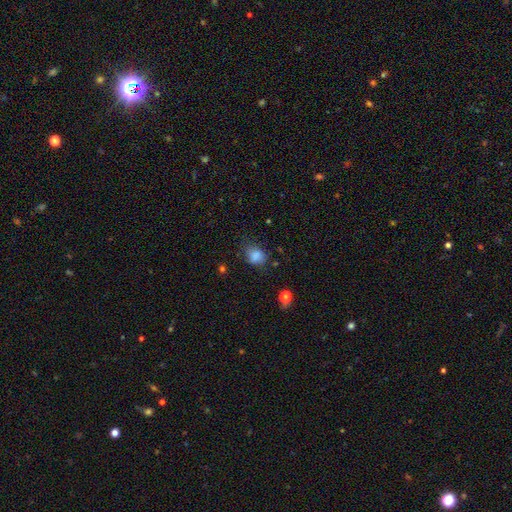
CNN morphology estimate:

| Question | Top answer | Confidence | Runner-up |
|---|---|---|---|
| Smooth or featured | smooth | 81% | star or artifact (12%) |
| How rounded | in between | 56% | round (43%) |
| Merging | none | 58% | minor disturbance (28%) |